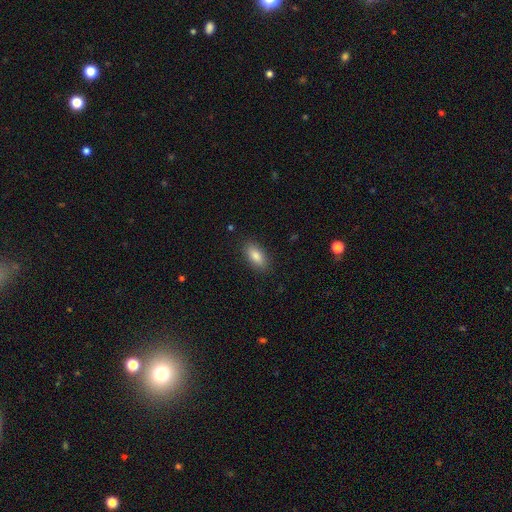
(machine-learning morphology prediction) A smooth galaxy with no disk features (83%) that is in between round and cigar-shaped (86%). Merging: none (88%).